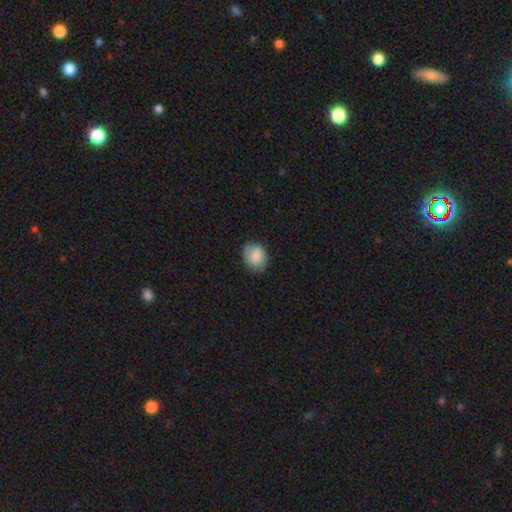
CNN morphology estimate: A smooth galaxy with no disk features (84%) that is round (54%). Merging: none (77%).